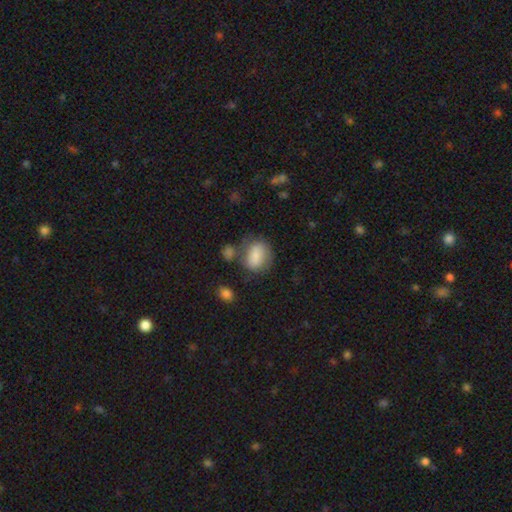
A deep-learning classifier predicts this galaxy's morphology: Smooth or featured?
  - smooth: 79% *
  - featured or disk: 13%
  - star or artifact: 8%
How rounded?
  - in between: 67% *
  - round: 32%
  - cigar-shaped: 2%
Merging?
  - none: 55% *
  - minor disturbance: 21%
  - merger: 14%
  - major disturbance: 10%